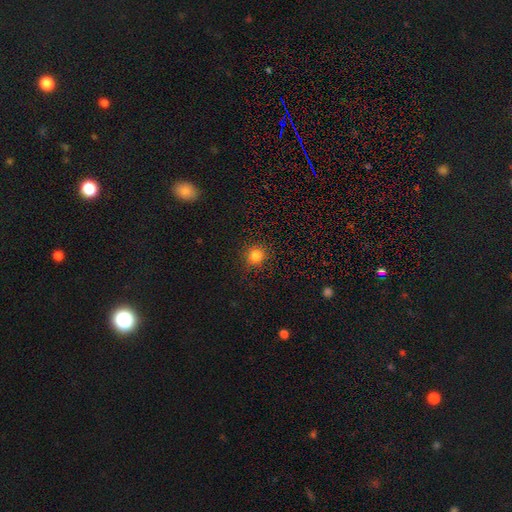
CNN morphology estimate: smooth_or_featured: smooth (p=0.83) [alt: star or artifact p=0.13]
how_rounded: round (p=0.91) [alt: in between p=0.08]
merging: none (p=0.89) [alt: minor disturbance p=0.08]